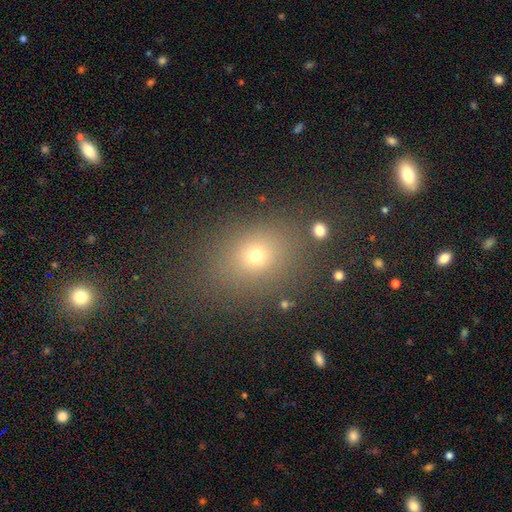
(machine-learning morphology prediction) Smooth or featured? Predicted: smooth (p=0.68). How rounded? Predicted: round (p=0.51). Merging? Predicted: none (p=0.79).